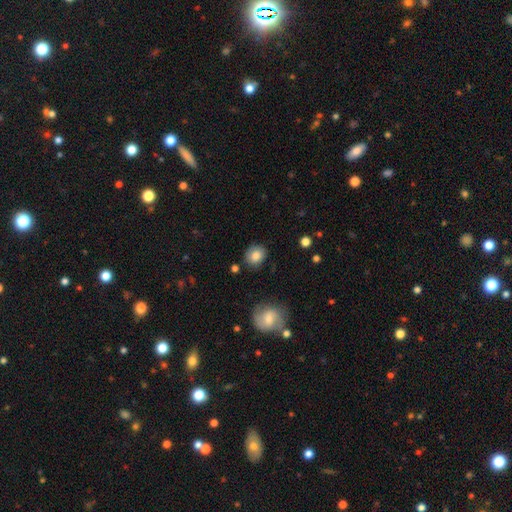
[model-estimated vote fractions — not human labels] Smooth or featured?
  - smooth: 83% *
  - featured or disk: 9%
  - star or artifact: 8%
How rounded?
  - round: 68% *
  - in between: 31%
  - cigar-shaped: 1%
Merging?
  - none: 83% *
  - minor disturbance: 12%
  - major disturbance: 3%
  - merger: 2%